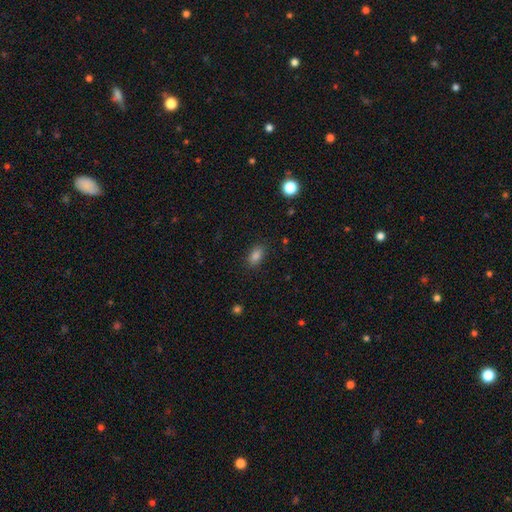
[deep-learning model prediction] Smooth or featured? smooth (84%)
How rounded? in between (88%)
Merging? none (86%)